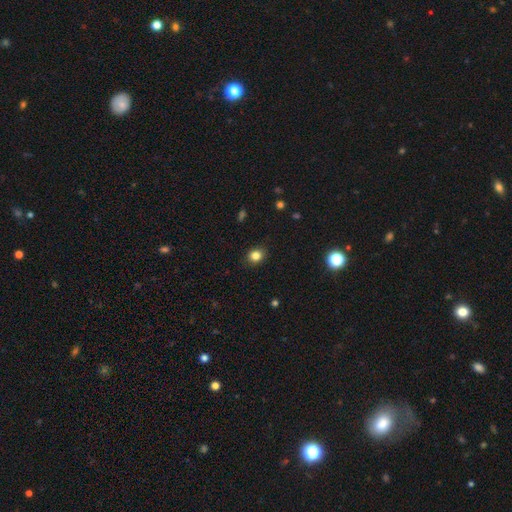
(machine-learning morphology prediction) type=smooth (83%); roundness=round (65%); merging=none (88%).